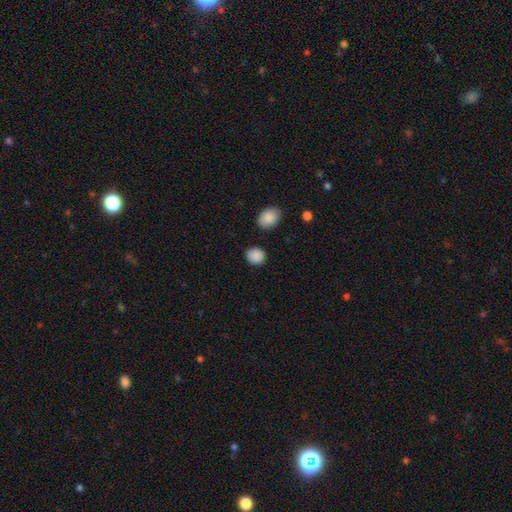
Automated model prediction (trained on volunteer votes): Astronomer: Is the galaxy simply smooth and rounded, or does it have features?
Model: smooth — 88%.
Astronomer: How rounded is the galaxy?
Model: round — 77%.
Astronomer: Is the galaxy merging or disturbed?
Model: none — 85%.